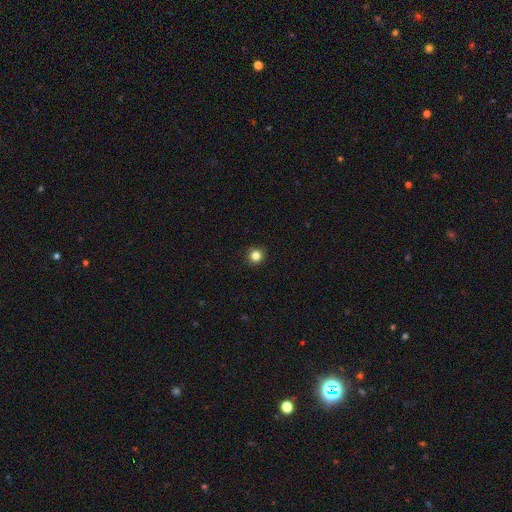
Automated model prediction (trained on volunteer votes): Smooth or featured?
  - smooth: 83% *
  - star or artifact: 12%
  - featured or disk: 4%
How rounded?
  - round: 92% *
  - in between: 7%
  - cigar-shaped: 1%
Merging?
  - none: 92% *
  - minor disturbance: 6%
  - major disturbance: 2%
  - merger: 1%